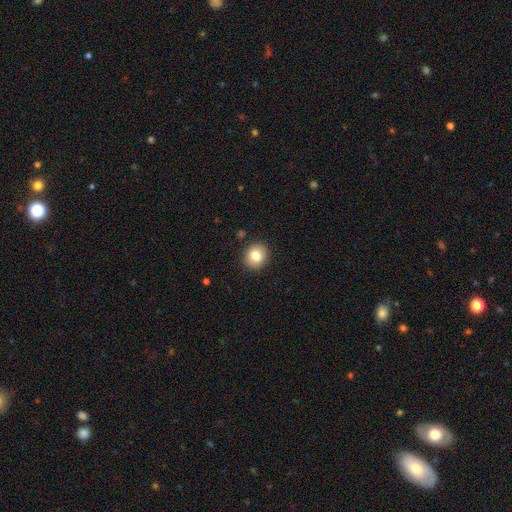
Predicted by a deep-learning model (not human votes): The model was most divided on "how rounded": round: 74%, in between: 25%, cigar-shaped: 1%. More confident: merging — none (90%); smooth or featured — smooth (81%).